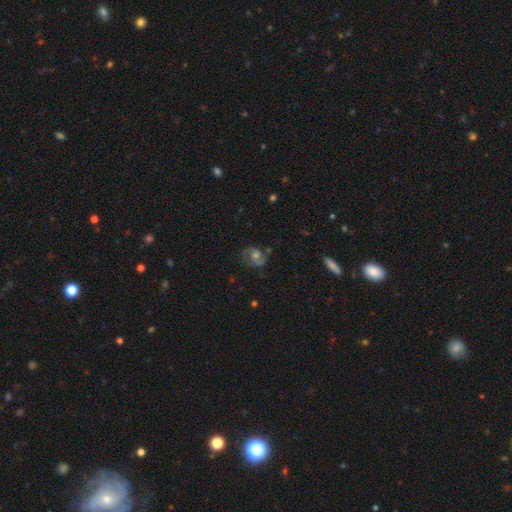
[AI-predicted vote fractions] This appears to be a featured or disk galaxy (70%) with no bar (57%), 2 (86%) medium (53%) spiral arms (89%) and a moderate central bulge (59%). Merging: none (76%).